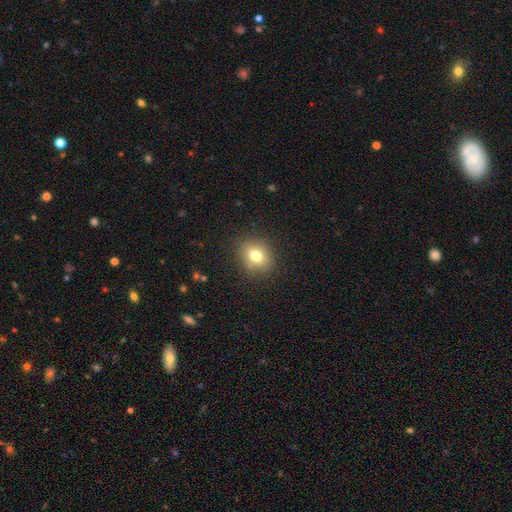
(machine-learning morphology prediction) The model was most divided on "how rounded": round: 56%, in between: 43%, cigar-shaped: 1%. More confident: merging — none (86%); smooth or featured — smooth (76%).